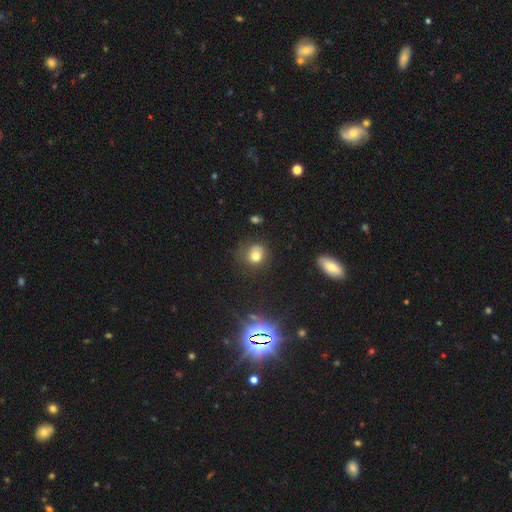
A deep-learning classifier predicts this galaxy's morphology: Q: Smooth or featured?
A: smooth (71%); runner-up: star or artifact (16%)
Q: How rounded?
A: round (71%); runner-up: in between (28%)
Q: Merging?
A: none (59%); runner-up: minor disturbance (25%)